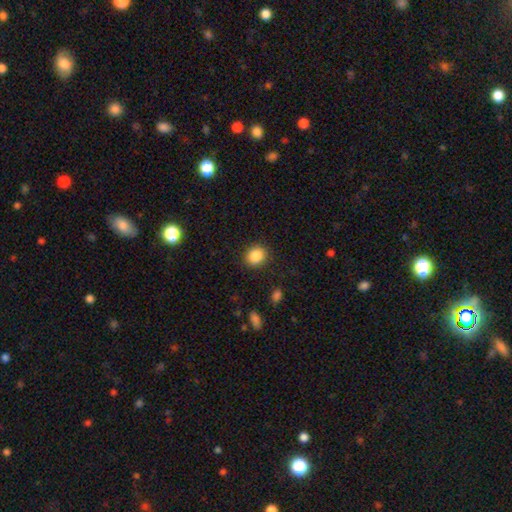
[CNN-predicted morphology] Q: Smooth or featured?
A: smooth (86%); runner-up: star or artifact (9%)
Q: How rounded?
A: round (70%); runner-up: in between (29%)
Q: Merging?
A: none (88%); runner-up: minor disturbance (8%)